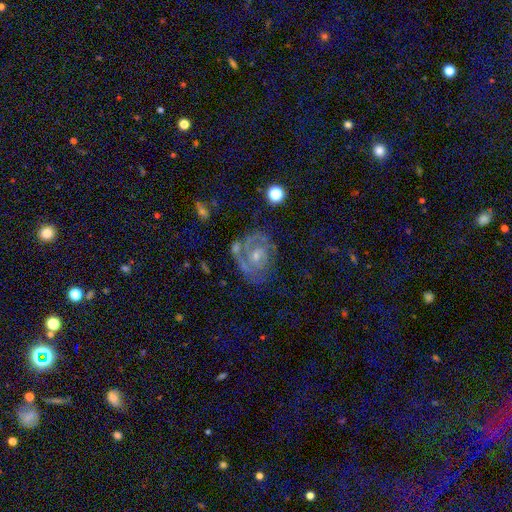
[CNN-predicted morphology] featured or disk 80%, smooth 13%, star or artifact 8%. Down the decision tree: edge-on disk — no (97%); bar — no (61%); spiral arms — yes (88%); spiral arm count — 2 (46%); spiral winding — tight (57%); bulge size — small (59%); merging — none (57%).